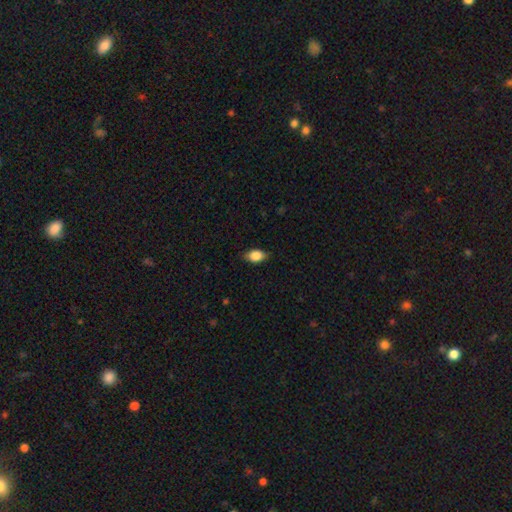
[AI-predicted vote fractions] A smooth galaxy with no disk features (83%) that is in between round and cigar-shaped (86%).

Vote fractions:
- Smooth or featured? smooth: 83% / featured or disk: 9% / star or artifact: 7%
- How rounded? in between: 86% / round: 11% / cigar-shaped: 3%
- Merging? none: 82% / minor disturbance: 14% / major disturbance: 3% / merger: 1%